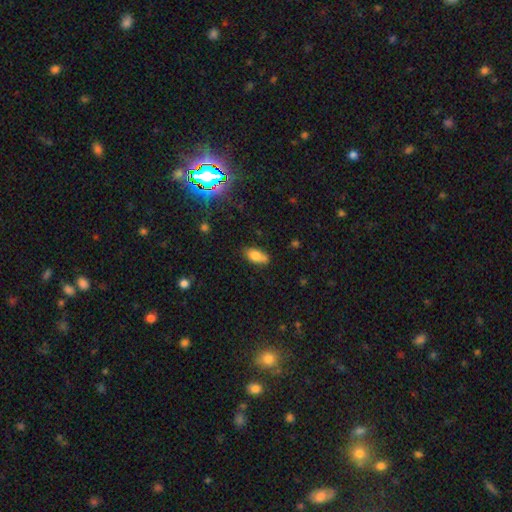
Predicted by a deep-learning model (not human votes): smooth 78%, featured or disk 12%, star or artifact 10%. Down the decision tree: how rounded — in between (87%); merging — none (68%).